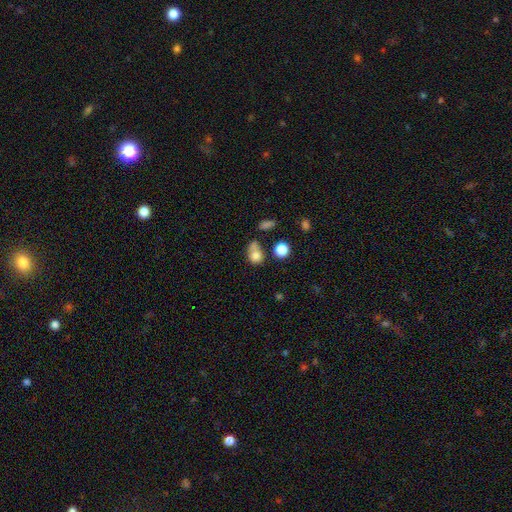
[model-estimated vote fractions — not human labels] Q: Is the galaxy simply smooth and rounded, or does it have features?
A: smooth — 77%.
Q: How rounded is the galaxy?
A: round — 60%.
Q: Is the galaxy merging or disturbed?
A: merger — 39%.